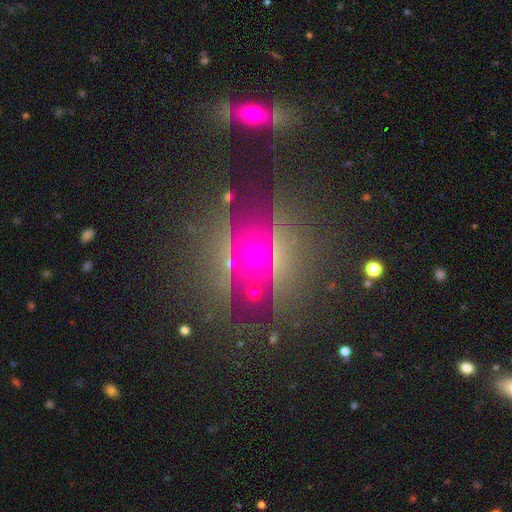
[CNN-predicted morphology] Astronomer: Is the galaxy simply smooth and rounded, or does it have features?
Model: star or artifact — 52% (runner-up: smooth, 32%).